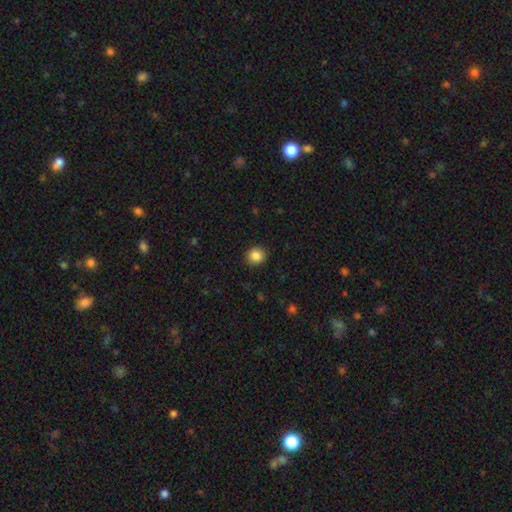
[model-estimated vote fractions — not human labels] smooth 87%, star or artifact 10%, featured or disk 4%. Down the decision tree: how rounded — round (87%); merging — none (90%).